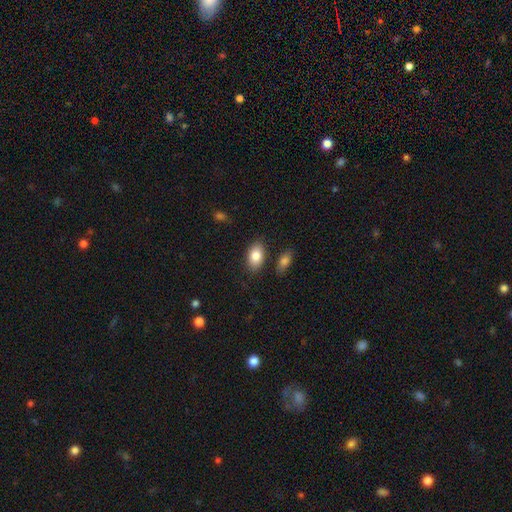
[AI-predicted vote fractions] A smooth galaxy with no disk features (84%) that is in between round and cigar-shaped (91%).

Vote fractions:
- Smooth or featured? smooth: 84% / featured or disk: 9% / star or artifact: 7%
- How rounded? in between: 91% / round: 8% / cigar-shaped: 2%
- Merging? none: 82% / minor disturbance: 11% / merger: 5% / major disturbance: 3%